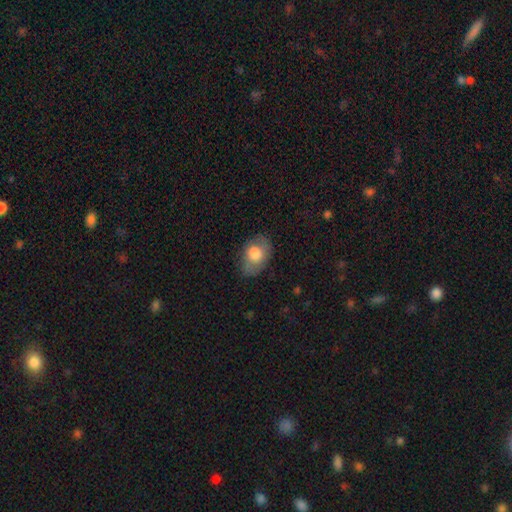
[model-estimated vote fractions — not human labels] This is likely a smooth galaxy (70%). How rounded: clearly in between (84%). Merging: likely none (75%).